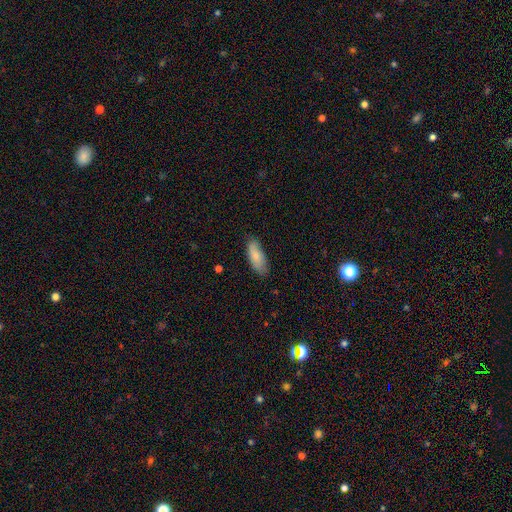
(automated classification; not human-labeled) Overall: smooth (81%). How rounded: in between (80%). Merging: none (71%).